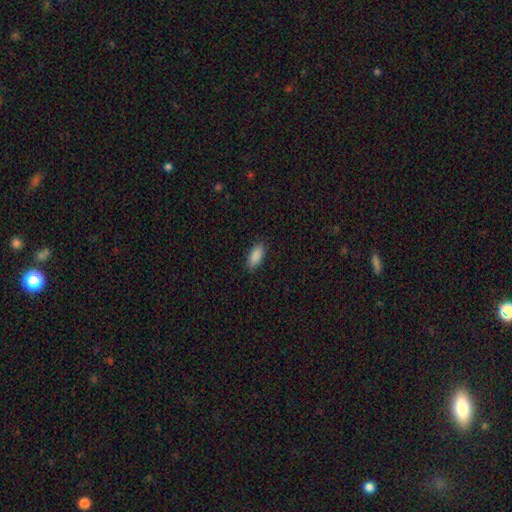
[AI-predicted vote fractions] smooth-or-featured: smooth: 90% | star or artifact: 7% | featured or disk: 3%
  how-rounded: in between: 88% | cigar-shaped: 10% | round: 2%
  merging: none: 87% | minor disturbance: 10% | major disturbance: 2% | merger: 1%